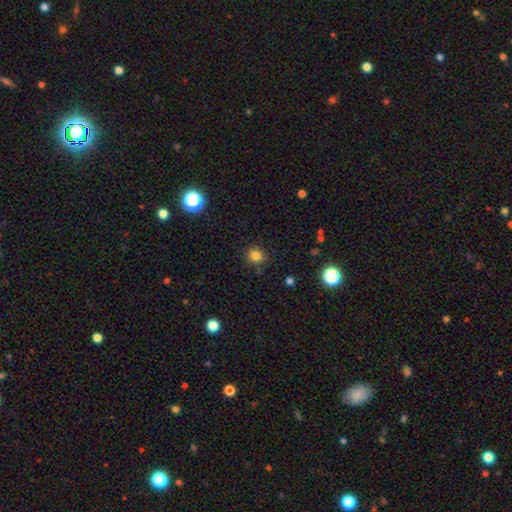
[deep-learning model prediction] The model was most divided on "smooth or featured": smooth: 81%, star or artifact: 14%, featured or disk: 5%. More confident: merging — none (86%); how rounded — round (85%).